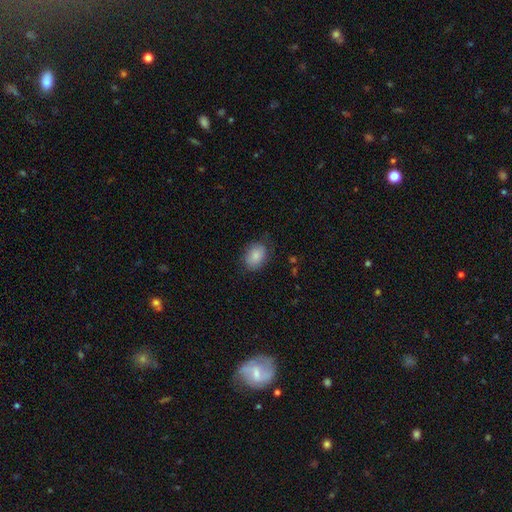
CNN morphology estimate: Smooth or featured? Predicted: smooth (p=0.86). How rounded? Predicted: in between (p=0.71). Merging? Predicted: none (p=0.76).